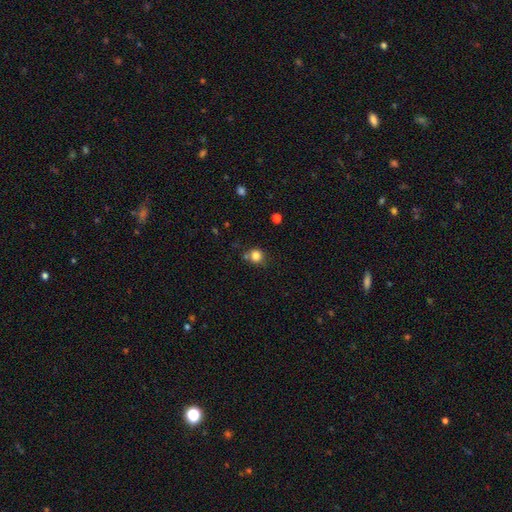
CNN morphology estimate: smooth 83%, star or artifact 12%, featured or disk 5%. Down the decision tree: how rounded — round (87%); merging — none (68%).